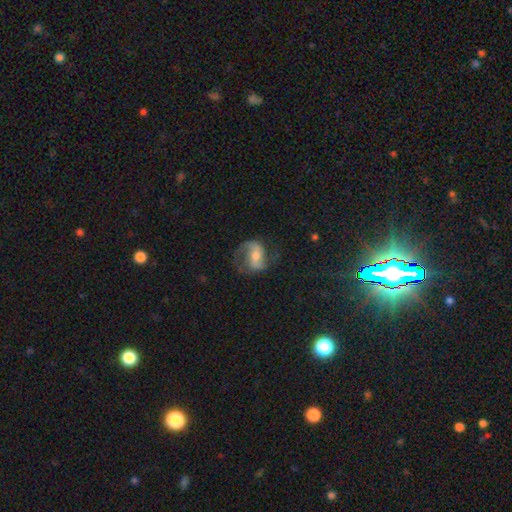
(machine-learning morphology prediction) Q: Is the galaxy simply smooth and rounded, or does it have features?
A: featured or disk — 76%.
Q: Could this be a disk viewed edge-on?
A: no — 97%.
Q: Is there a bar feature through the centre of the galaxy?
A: weak — 39%.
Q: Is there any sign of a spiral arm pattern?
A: yes — 93%.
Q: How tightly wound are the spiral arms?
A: medium — 46%.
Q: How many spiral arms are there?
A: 2 — 85%.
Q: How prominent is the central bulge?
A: moderate — 55%.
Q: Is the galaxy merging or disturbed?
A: none — 64%.